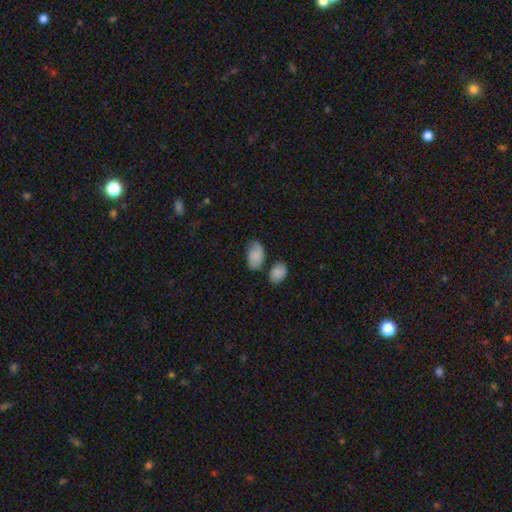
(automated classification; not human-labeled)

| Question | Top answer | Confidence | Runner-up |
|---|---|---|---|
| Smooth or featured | smooth | 82% | featured or disk (11%) |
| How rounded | in between | 91% | round (8%) |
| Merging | none | 59% | minor disturbance (22%) |